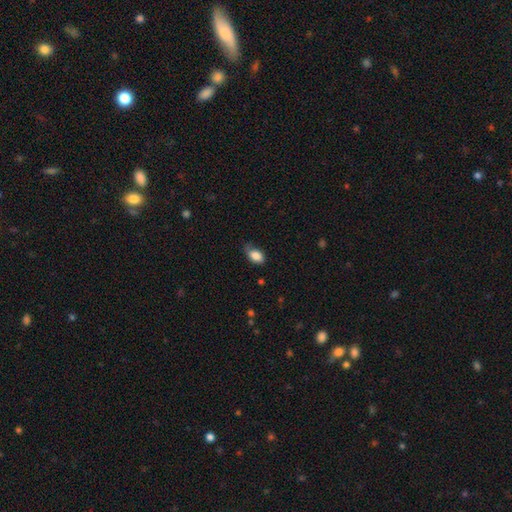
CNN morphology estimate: The model was most divided on "merging": none: 52%, minor disturbance: 36%, major disturbance: 11%, merger: 2%. More confident: how rounded — in between (90%); smooth or featured — smooth (84%).